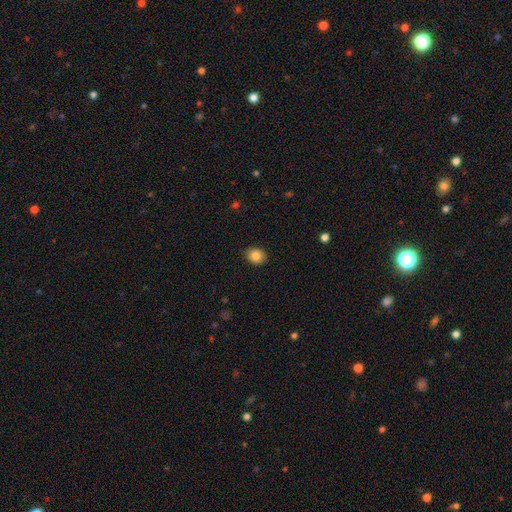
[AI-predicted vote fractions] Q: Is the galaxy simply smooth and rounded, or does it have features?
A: smooth — 85%.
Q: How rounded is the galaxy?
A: round — 62%.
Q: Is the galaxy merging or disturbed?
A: none — 89%.